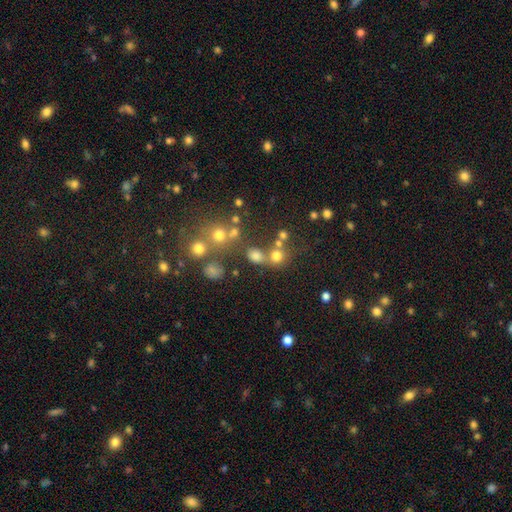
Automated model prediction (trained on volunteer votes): smooth 72%, star or artifact 17%, featured or disk 10%. Down the decision tree: how rounded — round (65%); merging — none (54%).